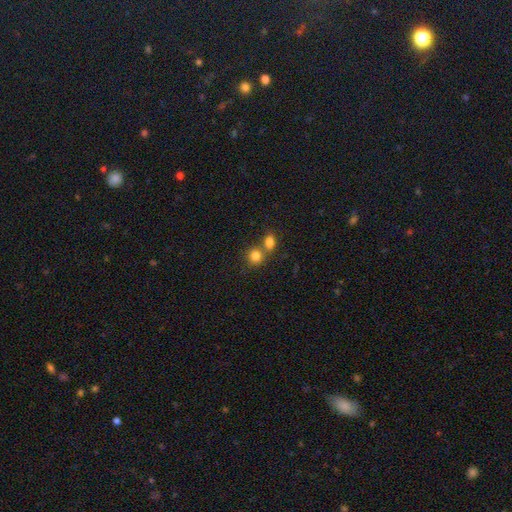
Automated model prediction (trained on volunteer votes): Overall: smooth (81%). How rounded: round (76%). Merging: none (46%; merger 44%).